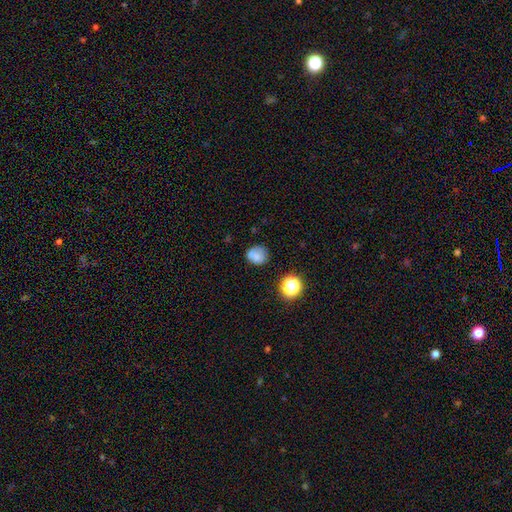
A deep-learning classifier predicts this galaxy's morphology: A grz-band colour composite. It shows a smooth galaxy with no disk features (70%) that is round (77%). Merging: none (58%).